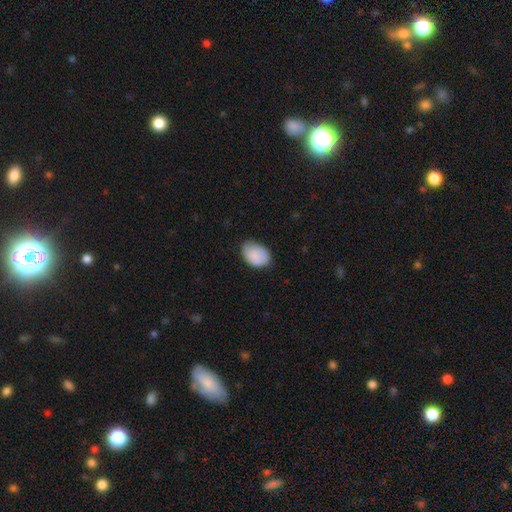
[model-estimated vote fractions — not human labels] Smooth or featured: smooth — 83% (featured or disk — 10%)
How rounded: in between — 82% (round — 17%)
Merging: none — 64% (minor disturbance — 30%)